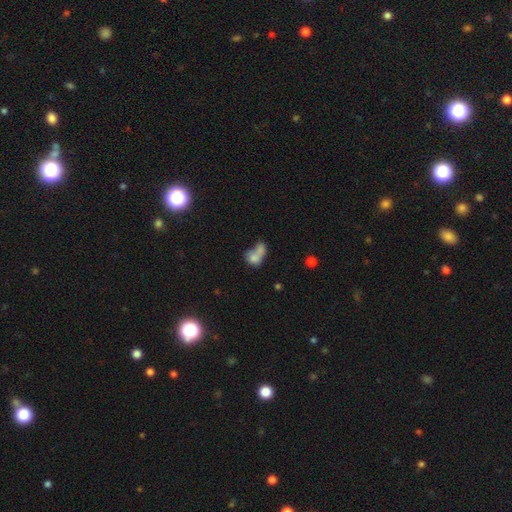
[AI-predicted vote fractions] This appears to be a smooth galaxy with no disk features (73%) that is in between round and cigar-shaped (60%). Merging: merger (64%).